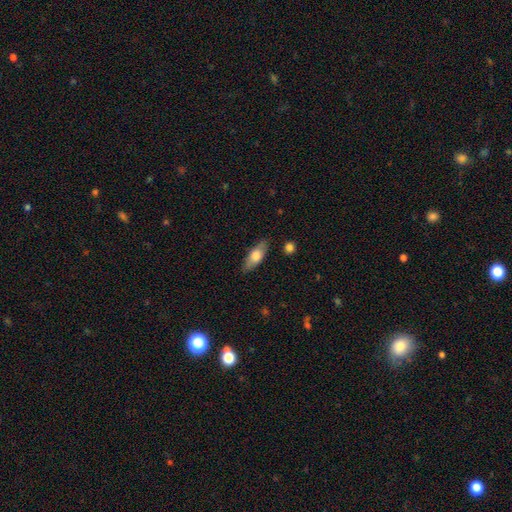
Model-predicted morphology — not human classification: A smooth galaxy with no disk features (65%) that is in between round and cigar-shaped (71%).

Vote fractions:
- Smooth or featured? smooth: 65% / featured or disk: 28% / star or artifact: 6%
- How rounded? in between: 71% / cigar-shaped: 26% / round: 3%
- Merging? none: 83% / minor disturbance: 12% / major disturbance: 3% / merger: 2%